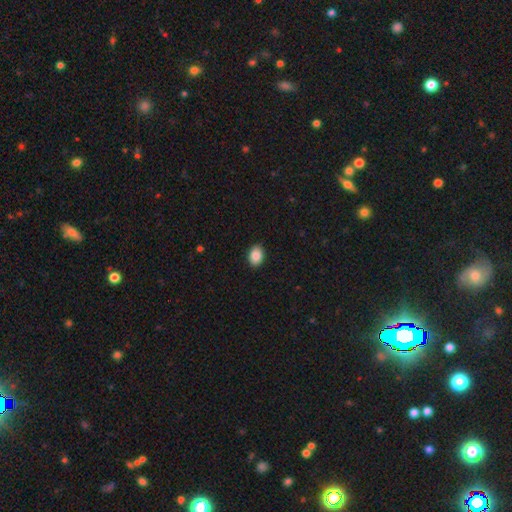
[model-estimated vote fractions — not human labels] Smooth or featured? Predicted: smooth (p=0.89). How rounded? Predicted: in between (p=0.78). Merging? Predicted: none (p=0.90).